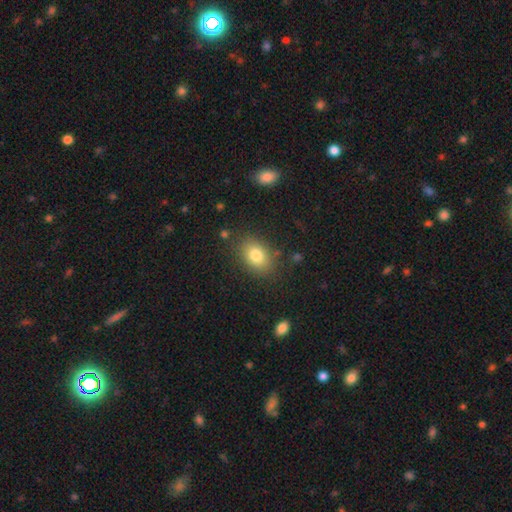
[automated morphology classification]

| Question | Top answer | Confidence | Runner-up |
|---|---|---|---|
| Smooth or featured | smooth | 80% | featured or disk (10%) |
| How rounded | in between | 76% | round (22%) |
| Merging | none | 82% | minor disturbance (12%) |